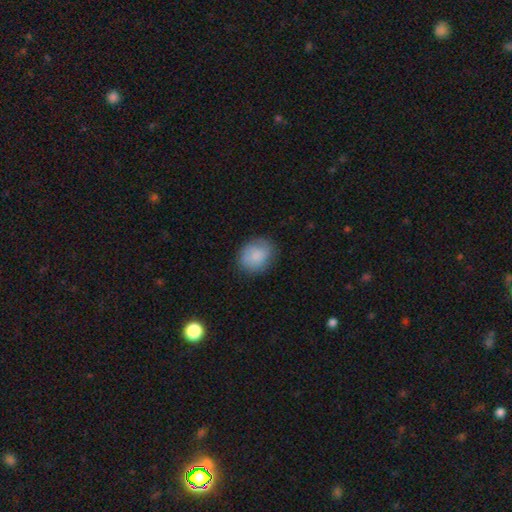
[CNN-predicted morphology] Q: Smooth or featured?
A: smooth (82%); runner-up: featured or disk (11%)
Q: How rounded?
A: round (59%); runner-up: in between (40%)
Q: Merging?
A: none (77%); runner-up: minor disturbance (17%)